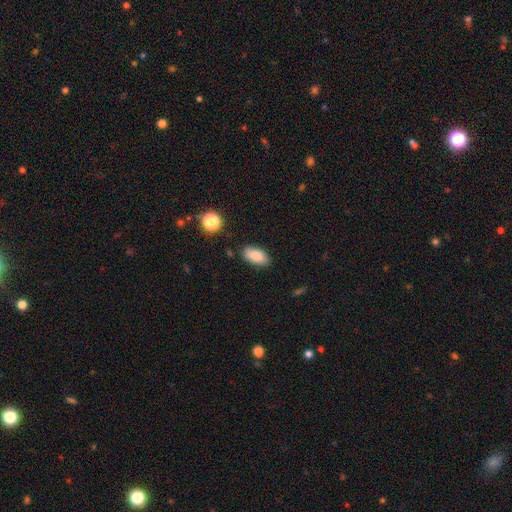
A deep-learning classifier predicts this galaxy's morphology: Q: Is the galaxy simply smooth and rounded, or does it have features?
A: smooth — 86%.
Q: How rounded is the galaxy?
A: in between — 91%.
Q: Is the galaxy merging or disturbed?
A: none — 83%.